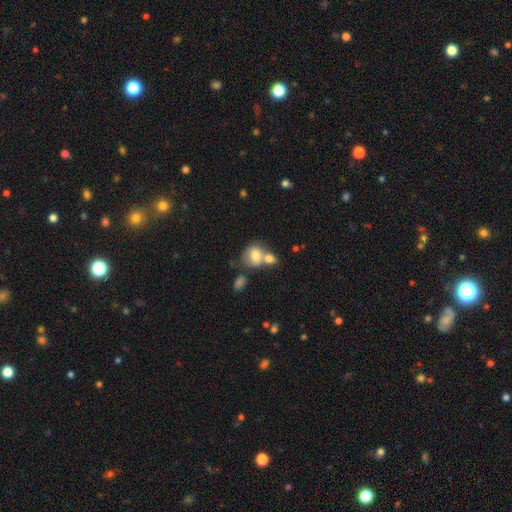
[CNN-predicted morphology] This is likely a smooth galaxy (74%). How rounded: possibly round (56%). Merging: possibly merger (56%).